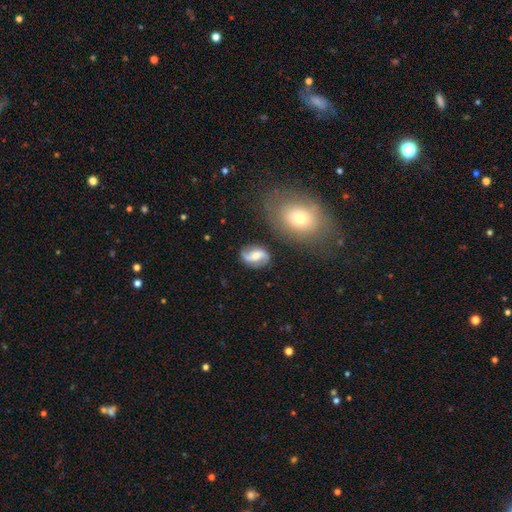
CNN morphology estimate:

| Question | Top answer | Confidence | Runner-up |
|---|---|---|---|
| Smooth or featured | featured or disk | 74% | smooth (19%) |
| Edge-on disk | no | 97% | yes (3%) |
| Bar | weak | 43% | no (35%) |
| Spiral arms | yes | 92% | no (8%) |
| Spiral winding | loose | 51% | medium (36%) |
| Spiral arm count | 2 | 92% | can't tell (3%) |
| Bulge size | moderate | 54% | small (32%) |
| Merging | none | 78% | minor disturbance (13%) |